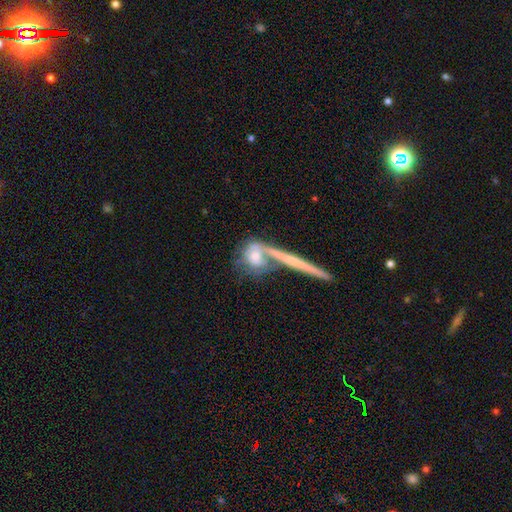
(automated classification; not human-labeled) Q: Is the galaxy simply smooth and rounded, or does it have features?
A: featured or disk — 42%.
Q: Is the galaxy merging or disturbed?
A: none — 50%.